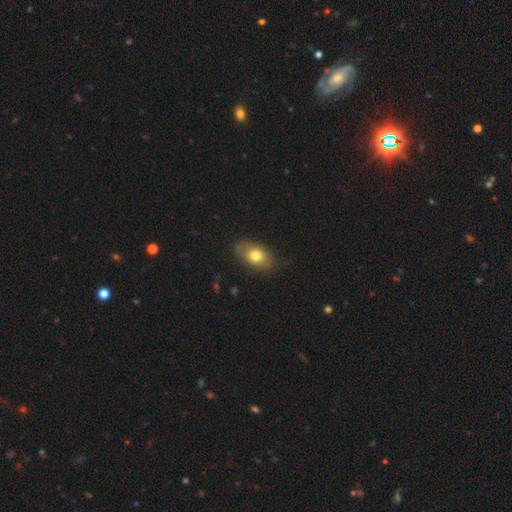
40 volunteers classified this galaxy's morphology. Smooth or featured? 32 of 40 (80%) said smooth. How rounded? 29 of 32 (91%) said in between. Merging? 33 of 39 (85%) said none.